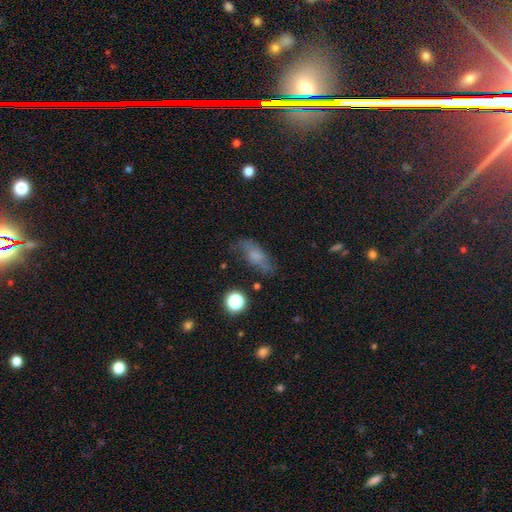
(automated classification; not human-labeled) Overall: smooth (52%; featured or disk 33%). How rounded: in between (71%). Merging: none (55%; minor disturbance 26%).